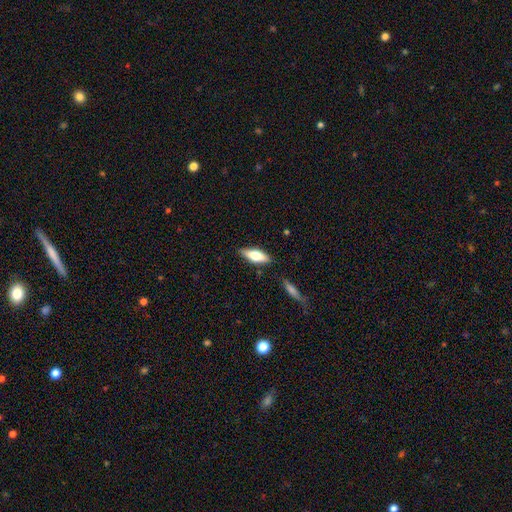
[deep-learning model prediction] Smooth or featured? smooth (59%)
How rounded? in between (61%)
Merging? none (83%)